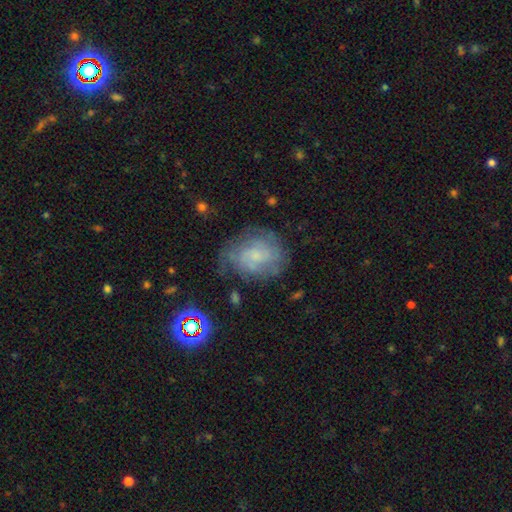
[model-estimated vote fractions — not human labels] A featured or disk galaxy (59%) with no bar (68%), spiral arms (81%) and a small central bulge (60%). Merging: none (60%).